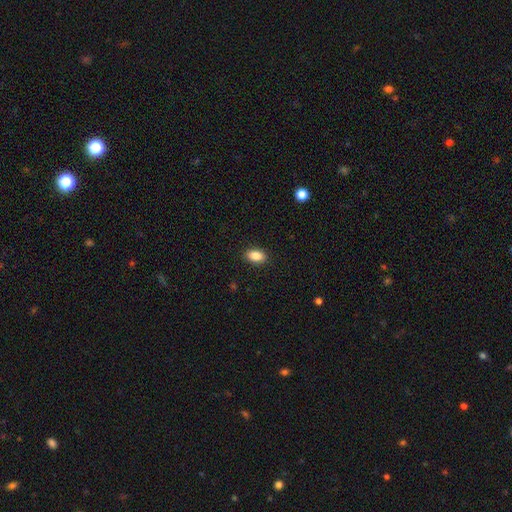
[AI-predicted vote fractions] Morphology: type=smooth (88%); roundness=in between (90%); merging=none (89%).